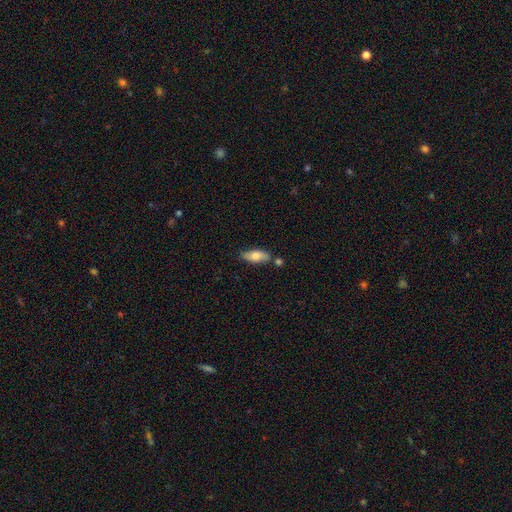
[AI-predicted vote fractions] Smooth or featured?
  - smooth: 69% *
  - featured or disk: 25%
  - star or artifact: 6%
How rounded?
  - in between: 76% *
  - cigar-shaped: 21%
  - round: 3%
Merging?
  - none: 73% *
  - minor disturbance: 15%
  - merger: 9%
  - major disturbance: 3%